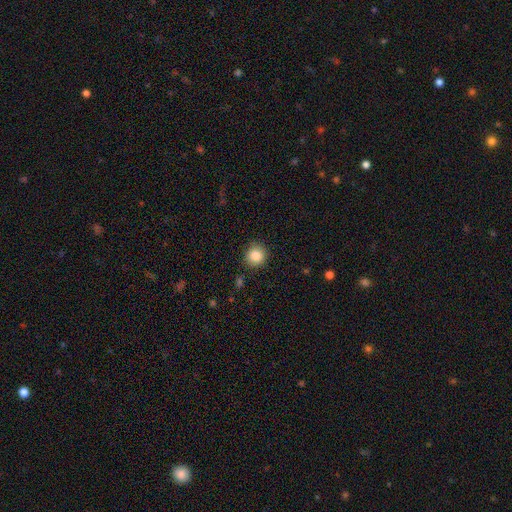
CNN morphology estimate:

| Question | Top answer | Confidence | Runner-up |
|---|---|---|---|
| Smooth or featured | smooth | 85% | star or artifact (10%) |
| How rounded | round | 89% | in between (10%) |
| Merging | none | 87% | minor disturbance (9%) |